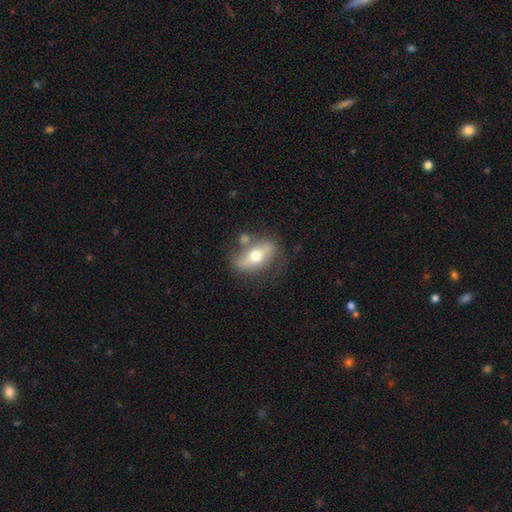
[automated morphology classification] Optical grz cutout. It shows a featured or disk galaxy (54%). Merging: none (67%).